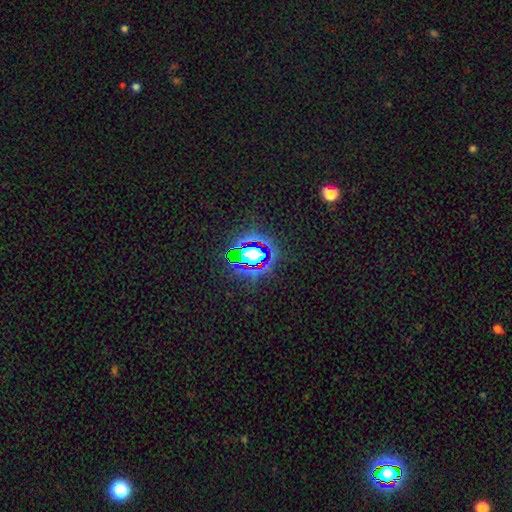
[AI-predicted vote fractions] Morphology: type=star or artifact (70%).